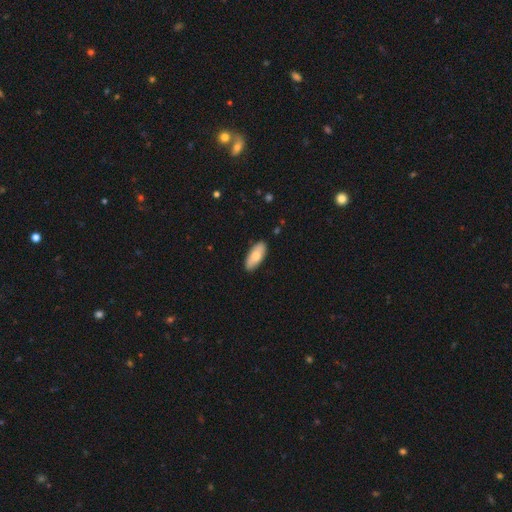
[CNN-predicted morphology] The model was most divided on "smooth or featured": smooth: 75%, featured or disk: 20%, star or artifact: 5%. More confident: merging — none (88%); how rounded — in between (83%).